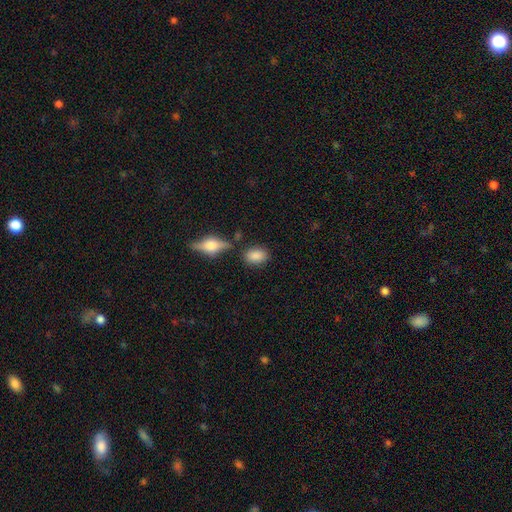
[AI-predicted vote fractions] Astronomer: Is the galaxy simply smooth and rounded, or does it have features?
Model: smooth — 84%.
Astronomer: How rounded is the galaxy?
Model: in between — 80%.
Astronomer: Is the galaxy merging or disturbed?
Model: none — 74%.